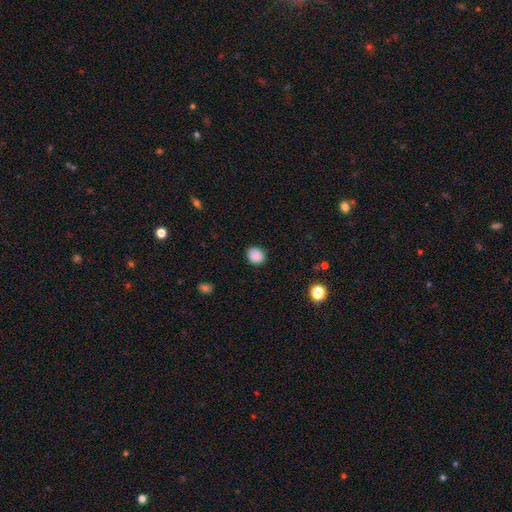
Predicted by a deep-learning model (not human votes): This appears to be a smooth galaxy with no disk features (88%) that is round (65%). Merging: none (87%).